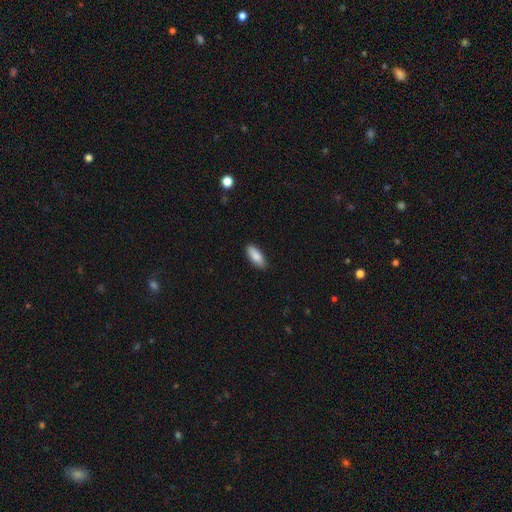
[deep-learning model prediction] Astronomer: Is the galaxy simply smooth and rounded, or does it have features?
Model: smooth — 87%.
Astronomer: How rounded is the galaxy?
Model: in between — 80%.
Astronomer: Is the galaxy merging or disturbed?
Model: none — 88%.